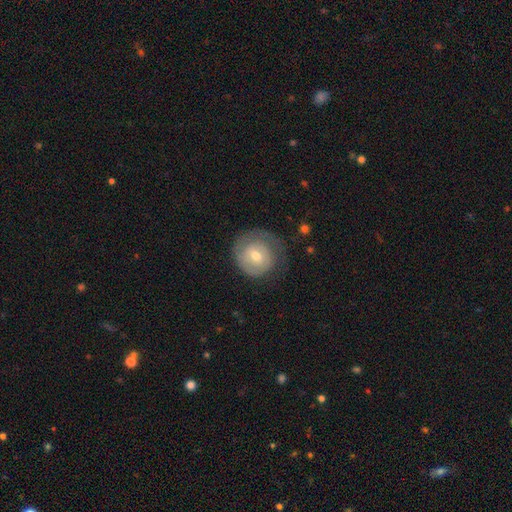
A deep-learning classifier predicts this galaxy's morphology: This is possibly a featured or disk galaxy (53%). It is clearly not viewed edge-on (97%). Bar: possibly no (53%). Spiral arm pattern: likely yes (71%). Central bulge: likely moderate (64%). Merging: likely none (62%).